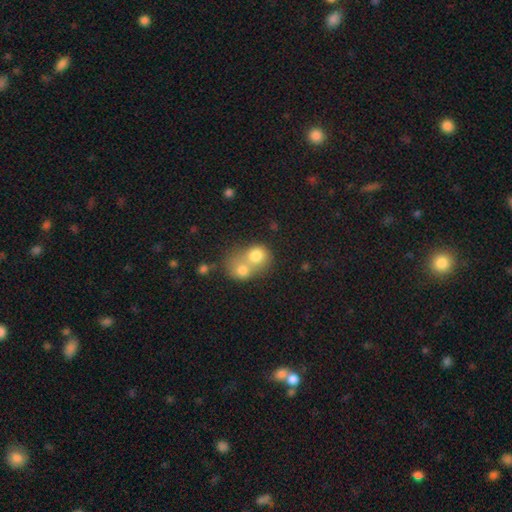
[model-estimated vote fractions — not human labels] smooth_or_featured: smooth (p=0.75) [alt: featured or disk p=0.15]
how_rounded: round (p=0.70) [alt: in between p=0.29]
merging: merger (p=0.71) [alt: none p=0.20]